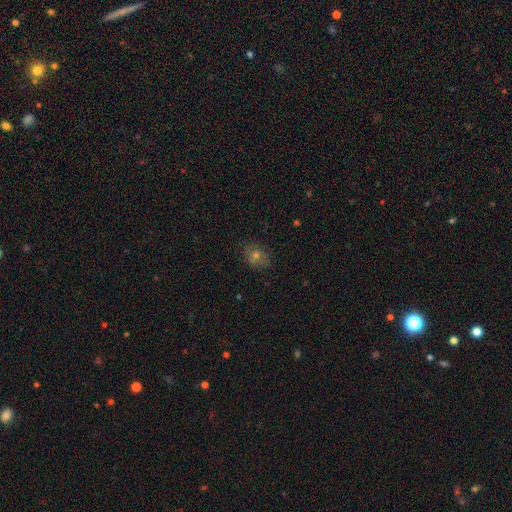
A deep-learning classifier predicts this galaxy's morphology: smooth_or_featured: smooth (p=0.59) [alt: star or artifact p=0.22]
how_rounded: round (p=0.56) [alt: in between p=0.42]
merging: none (p=0.79) [alt: minor disturbance p=0.15]